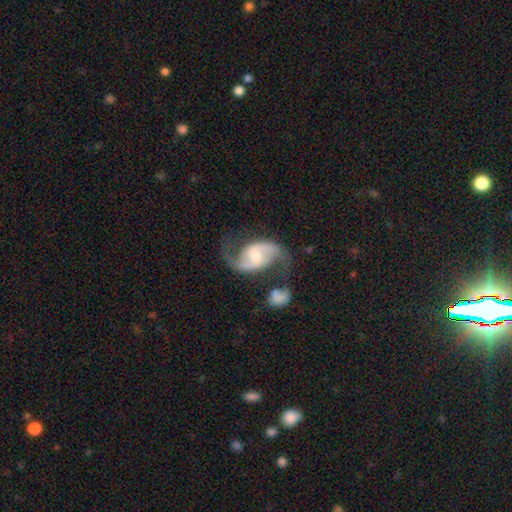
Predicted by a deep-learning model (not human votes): This is clearly a featured or disk galaxy (89%). It is clearly not viewed edge-on (97%). Bar: possibly weak (48%). Spiral arm pattern: clearly yes (97%). Spiral arm count: clearly 2 (93%). Spiral winding: possibly loose (52%). Central bulge: possibly moderate (51%). Merging: possibly none (56%).